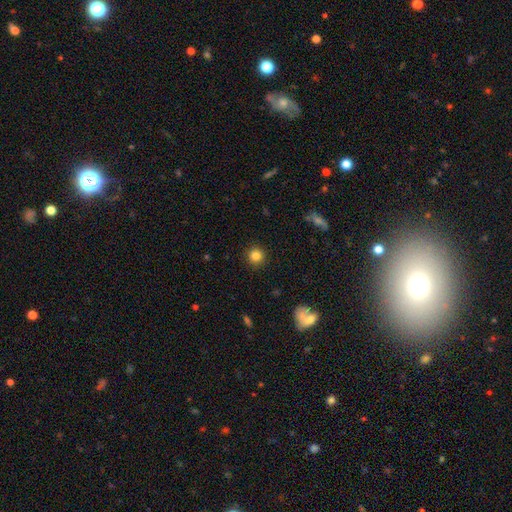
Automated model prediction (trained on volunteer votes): Q: Smooth or featured?
A: smooth (83%); runner-up: star or artifact (12%)
Q: How rounded?
A: round (95%); runner-up: in between (4%)
Q: Merging?
A: none (91%); runner-up: minor disturbance (5%)